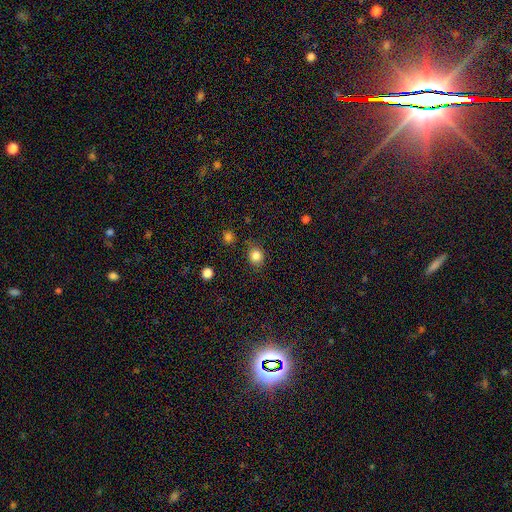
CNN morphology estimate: Q: Smooth or featured?
A: smooth (84%); runner-up: star or artifact (12%)
Q: How rounded?
A: round (80%); runner-up: in between (19%)
Q: Merging?
A: none (79%); runner-up: minor disturbance (14%)